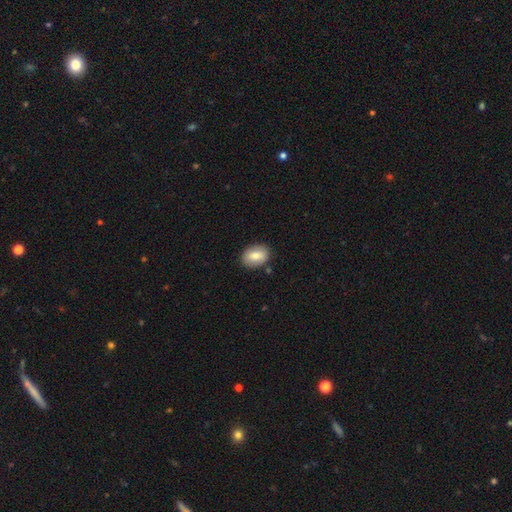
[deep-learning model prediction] Smooth or featured: smooth — 77% (featured or disk — 16%)
How rounded: in between — 77% (round — 22%)
Merging: none — 85% (minor disturbance — 10%)